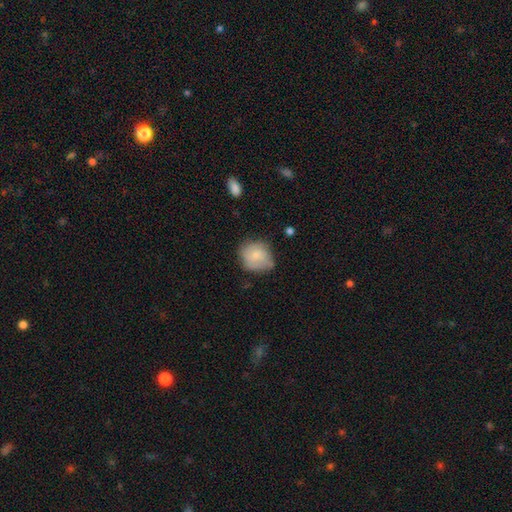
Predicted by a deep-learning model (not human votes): Smooth or featured: smooth — 69% (featured or disk — 24%)
How rounded: round — 76% (in between — 23%)
Merging: none — 57% (minor disturbance — 31%)